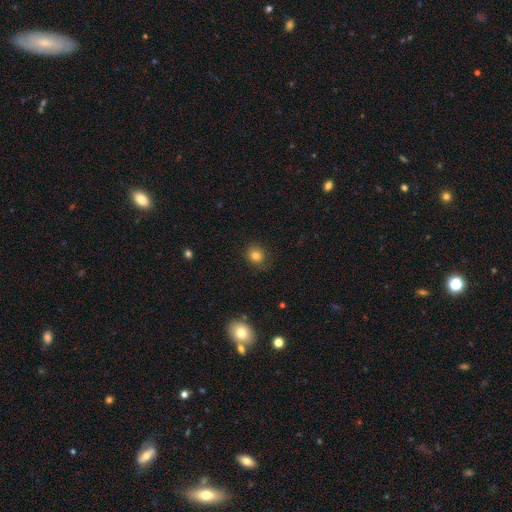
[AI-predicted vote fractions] Overall: smooth (80%). How rounded: round (78%). Merging: none (82%).